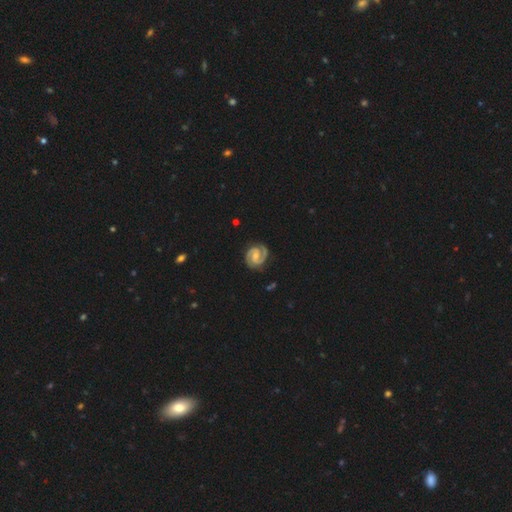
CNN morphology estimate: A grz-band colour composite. It shows a featured or disk galaxy (92%) with a weak bar (47%), 2 (93%) tight (56%) spiral arms (99%) and a small central bulge (46%). Merging: none (84%).